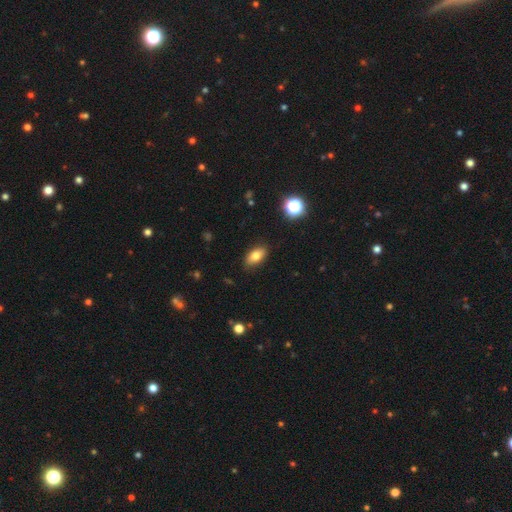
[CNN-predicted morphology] This is clearly a smooth galaxy (81%). How rounded: clearly in between (89%). Merging: clearly none (85%).